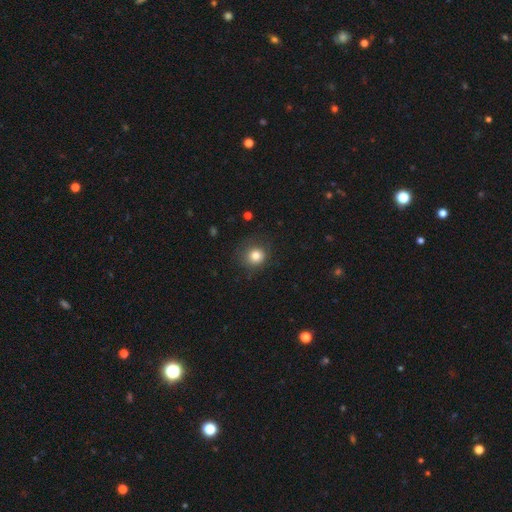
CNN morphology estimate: Q: Smooth or featured?
A: smooth (81%); runner-up: star or artifact (11%)
Q: How rounded?
A: round (87%); runner-up: in between (12%)
Q: Merging?
A: none (77%); runner-up: minor disturbance (16%)